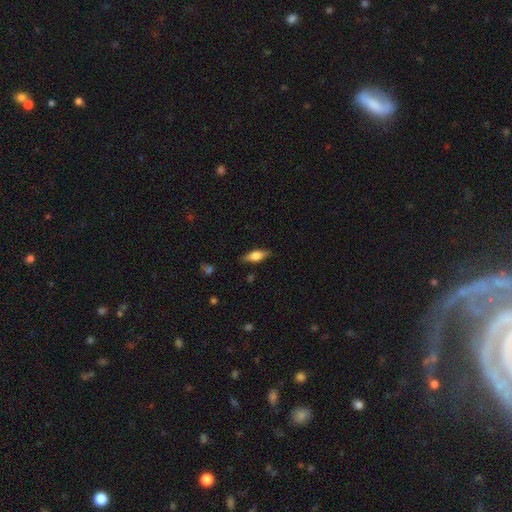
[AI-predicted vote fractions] smooth 59%, featured or disk 34%, star or artifact 7%. Down the decision tree: how rounded — in between (66%); merging — none (84%).